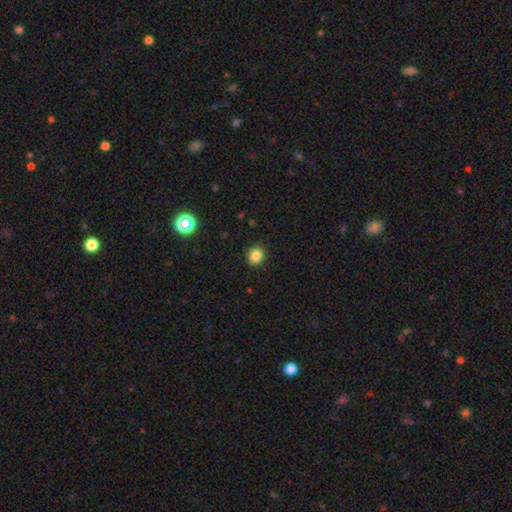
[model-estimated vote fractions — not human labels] The model was most divided on "how rounded": round: 77%, in between: 22%, cigar-shaped: 1%. More confident: merging — none (89%); smooth or featured — smooth (84%).